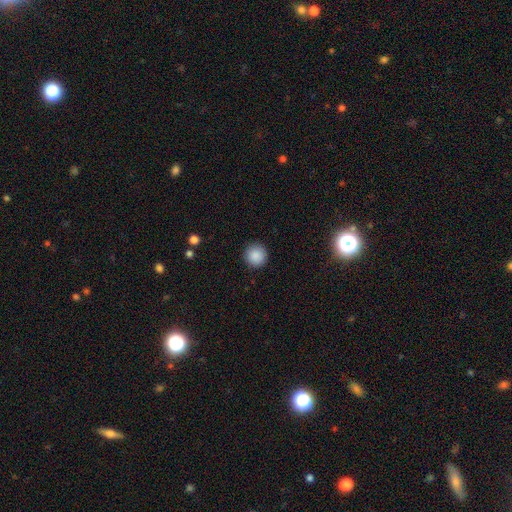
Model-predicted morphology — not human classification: This appears to be a smooth galaxy with no disk features (88%) that is round (96%). Merging: none (92%).